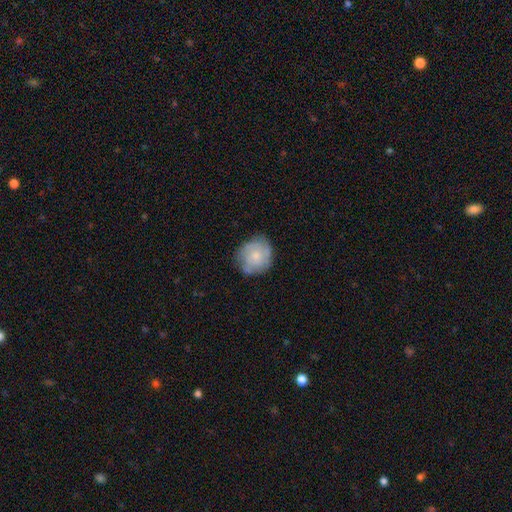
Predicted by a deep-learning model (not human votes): Smooth or featured? smooth (54%)
How rounded? round (79%)
Merging? none (67%)